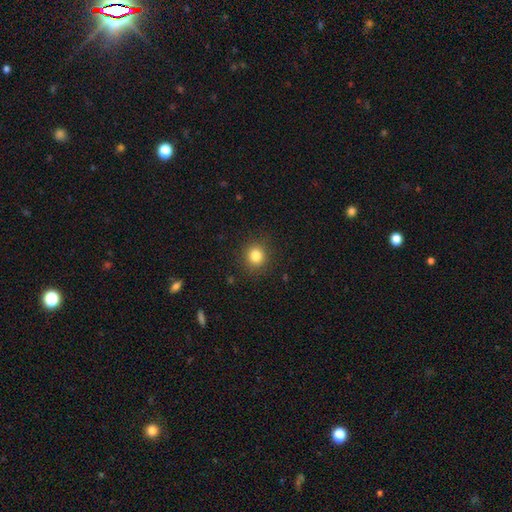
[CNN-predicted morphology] Smooth or featured? Predicted: smooth (p=0.83). How rounded? Predicted: round (p=0.87). Merging? Predicted: none (p=0.89).